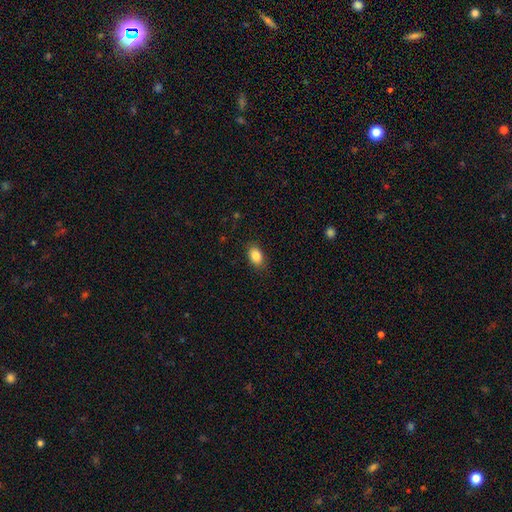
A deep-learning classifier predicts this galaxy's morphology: A smooth galaxy with no disk features (86%) that is in between round and cigar-shaped (84%).

Vote fractions:
- Smooth or featured? smooth: 86% / star or artifact: 8% / featured or disk: 6%
- How rounded? in between: 84% / round: 14% / cigar-shaped: 2%
- Merging? none: 86% / minor disturbance: 10% / major disturbance: 2% / merger: 1%